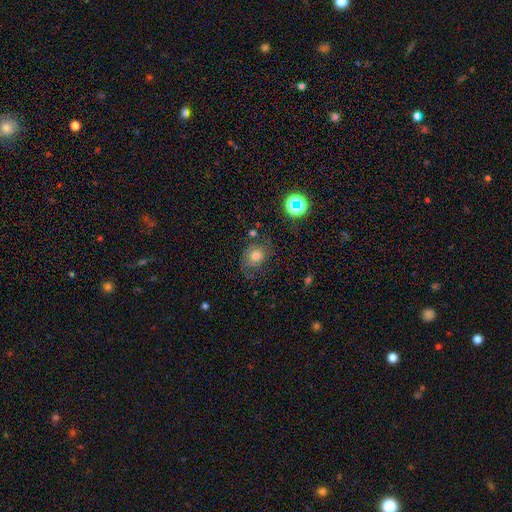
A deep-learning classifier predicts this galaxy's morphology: Smooth or featured: smooth — 61% (featured or disk — 22%)
How rounded: round — 64% (in between — 35%)
Merging: none — 55% (minor disturbance — 25%)